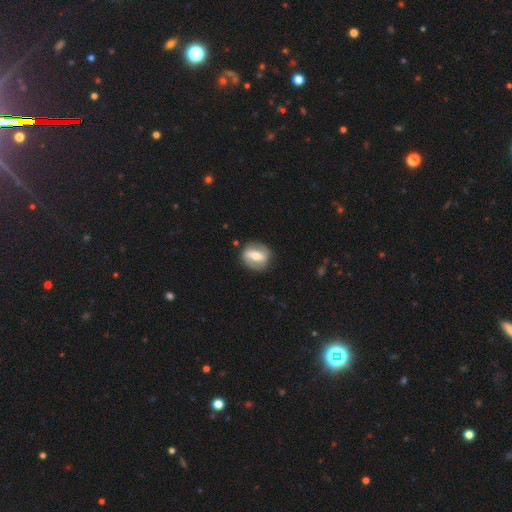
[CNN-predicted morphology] This is likely a featured or disk galaxy (62%). It is clearly not viewed edge-on (91%). Bar: likely strong (62%). Spiral arm pattern: possibly yes (60%). Central bulge: possibly moderate (58%). Merging: clearly none (82%).